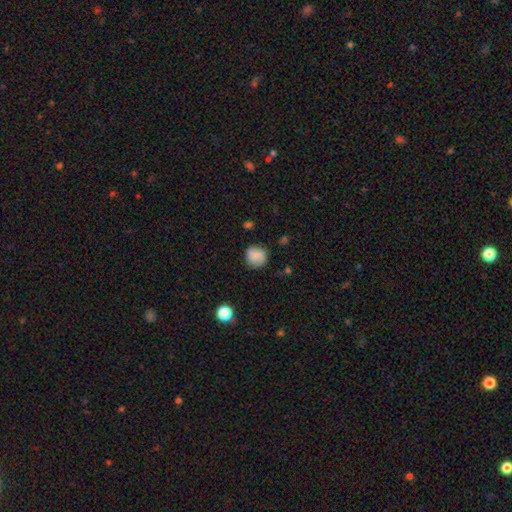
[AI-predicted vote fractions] Morphology: type=smooth (77%); roundness=round (87%); merging=none (80%).